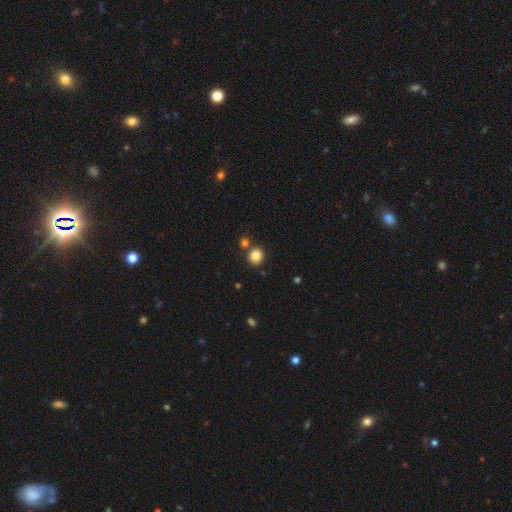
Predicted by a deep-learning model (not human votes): The model was most divided on "merging": none: 77%, merger: 13%, minor disturbance: 8%, major disturbance: 2%. More confident: smooth or featured — smooth (84%); how rounded — round (81%).